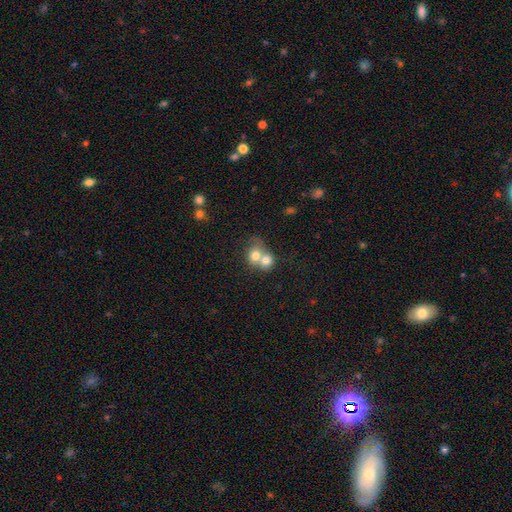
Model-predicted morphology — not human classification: Q: Smooth or featured?
A: smooth (73%); runner-up: featured or disk (18%)
Q: How rounded?
A: round (69%); runner-up: in between (30%)
Q: Merging?
A: merger (72%); runner-up: none (19%)